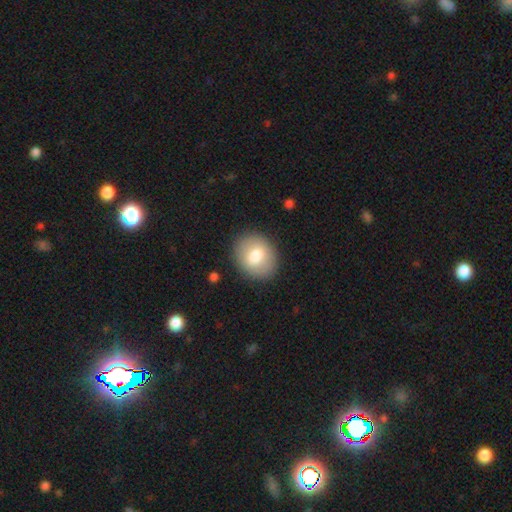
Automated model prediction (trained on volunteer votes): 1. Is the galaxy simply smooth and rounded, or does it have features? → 75% smooth, 18% featured or disk, 8% star or artifact.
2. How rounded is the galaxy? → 64% round, 35% in between, 1% cigar-shaped.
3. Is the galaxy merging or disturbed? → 87% none, 9% minor disturbance, 3% major disturbance, 1% merger.